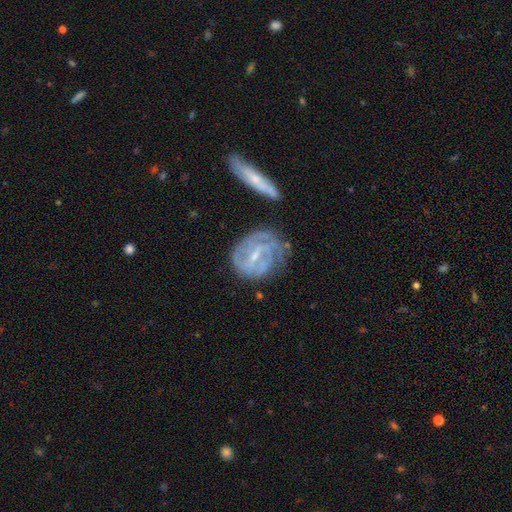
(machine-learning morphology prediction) Q: Smooth or featured?
A: featured or disk (82%); runner-up: smooth (11%)
Q: Edge-on disk?
A: no (96%); runner-up: yes (4%)
Q: Bar?
A: weak (50%); runner-up: strong (28%)
Q: Spiral arms?
A: yes (89%); runner-up: no (11%)
Q: Spiral winding?
A: tight (54%); runner-up: medium (35%)
Q: Spiral arm count?
A: can't tell (32%); runner-up: 3 (25%)
Q: Bulge size?
A: small (64%); runner-up: moderate (27%)
Q: Merging?
A: none (58%); runner-up: minor disturbance (22%)